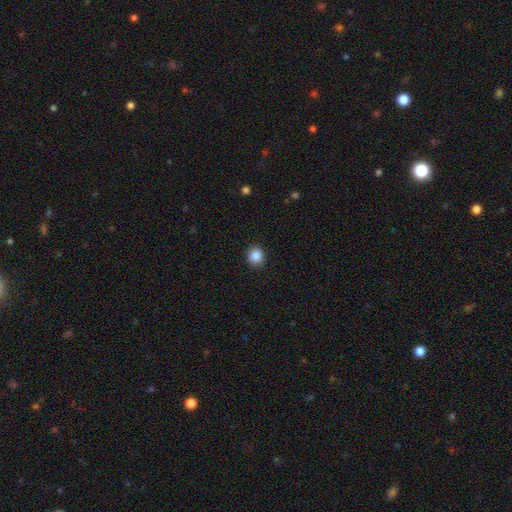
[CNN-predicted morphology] This appears to be a smooth galaxy with no disk features (87%) that is round (88%). Merging: none (91%).